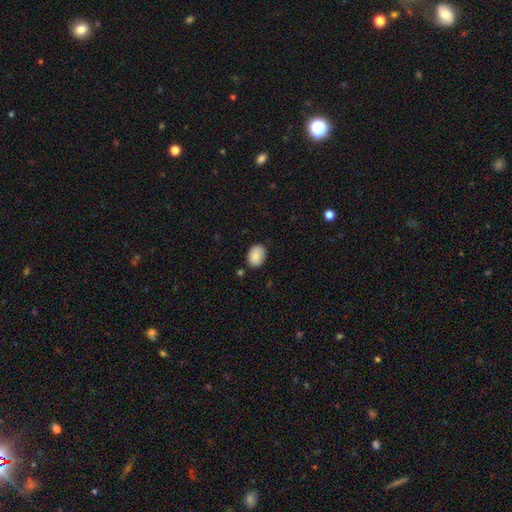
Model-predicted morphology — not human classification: The model was most divided on "how rounded": in between: 75%, round: 24%, cigar-shaped: 1%. More confident: smooth or featured — smooth (88%); merging — none (81%).